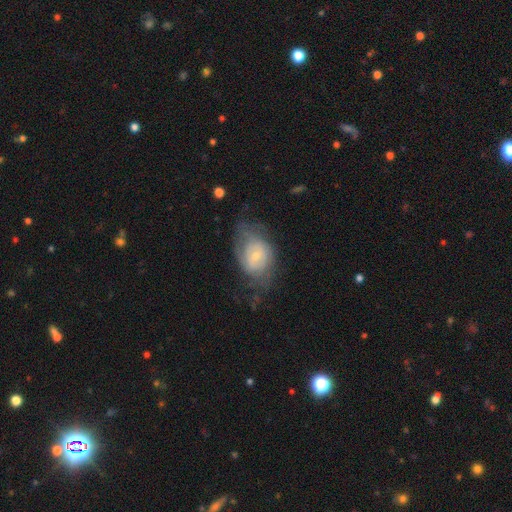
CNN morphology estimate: type=featured or disk (57%); edge-on=no (95%); bar=no (53%); spiral arms=yes (64%); bulge=small (64%); merging=none (45%).